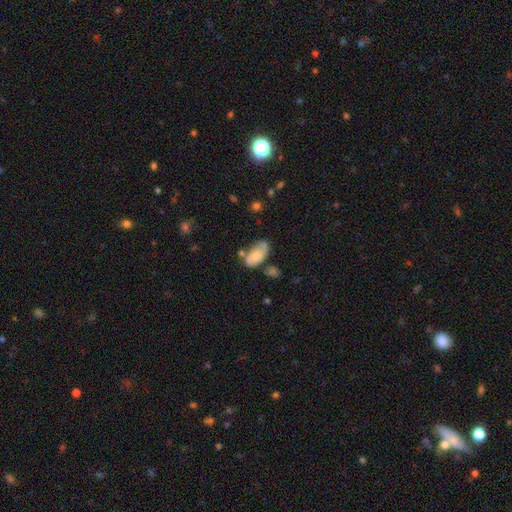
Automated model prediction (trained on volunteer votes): Smooth or featured? Predicted: smooth (p=0.62). How rounded? Predicted: in between (p=0.92). Merging? Predicted: none (p=0.41).